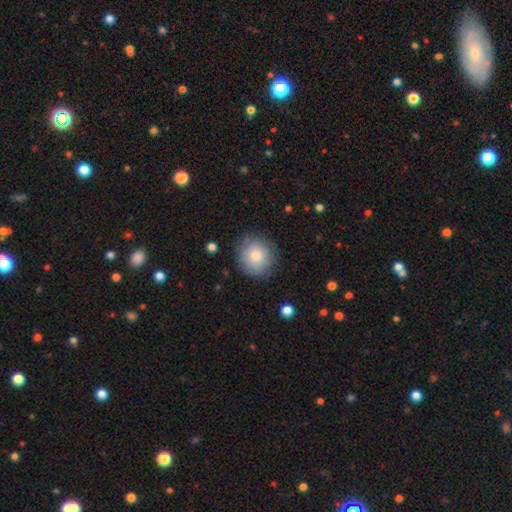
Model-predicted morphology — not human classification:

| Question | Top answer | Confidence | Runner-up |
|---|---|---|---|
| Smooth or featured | smooth | 78% | featured or disk (14%) |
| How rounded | round | 89% | in between (10%) |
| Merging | none | 80% | minor disturbance (14%) |